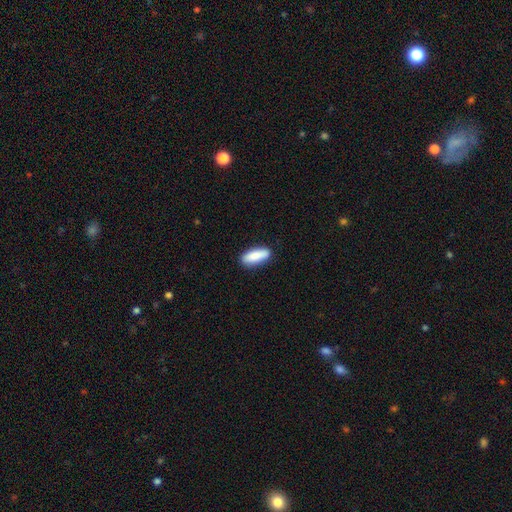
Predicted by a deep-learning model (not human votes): Smooth or featured? Predicted: smooth (p=0.86). How rounded? Predicted: in between (p=0.63). Merging? Predicted: none (p=0.86).